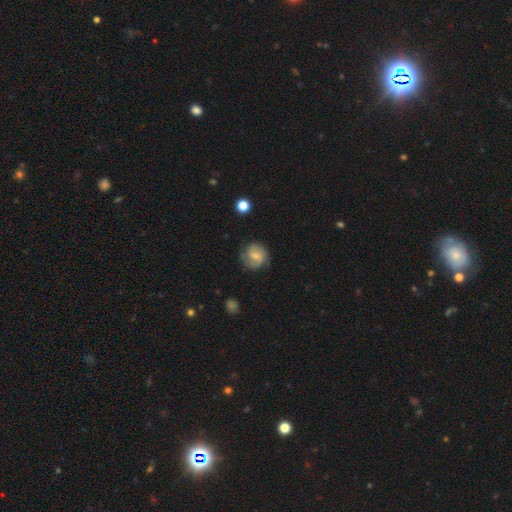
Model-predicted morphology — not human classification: Smooth or featured: featured or disk — 60% (smooth — 33%)
Edge-on disk: no — 98% (yes — 2%)
Bar: weak — 54% (no — 32%)
Spiral arms: yes — 90% (no — 10%)
Spiral winding: medium — 43% (tight — 38%)
Spiral arm count: 2 — 70% (can't tell — 14%)
Bulge size: small — 49% (moderate — 34%)
Merging: none — 70% (minor disturbance — 20%)